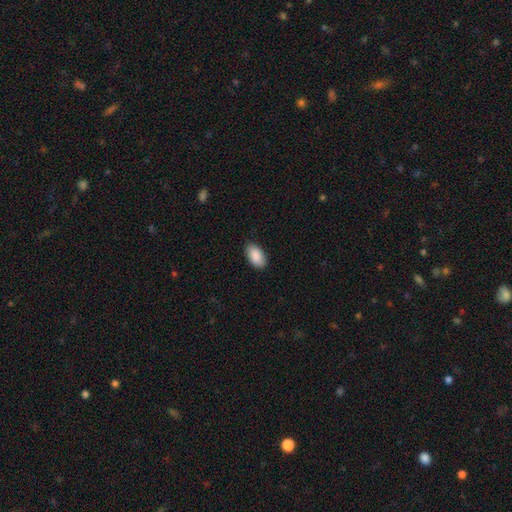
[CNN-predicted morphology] This is clearly a smooth galaxy (91%). How rounded: clearly in between (95%). Merging: clearly none (87%).